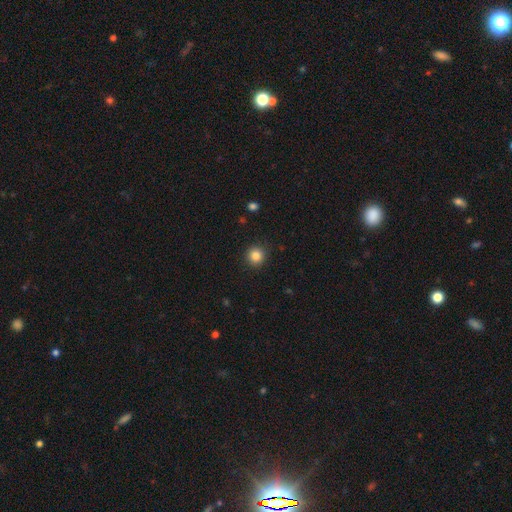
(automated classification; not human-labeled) Morphology: type=smooth (84%); roundness=round (94%); merging=none (91%).